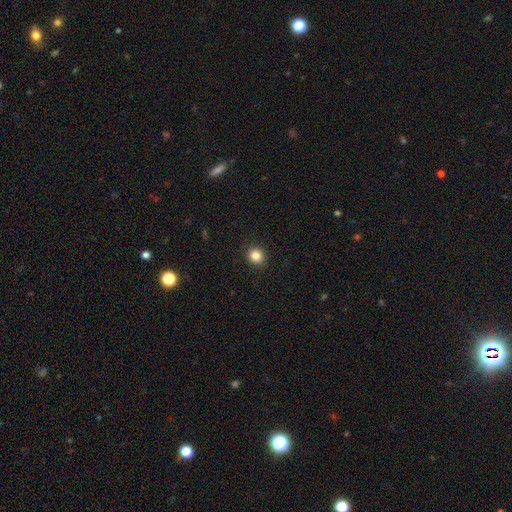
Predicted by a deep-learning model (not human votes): smooth-or-featured: smooth: 85% | star or artifact: 11% | featured or disk: 5%
  how-rounded: round: 82% | in between: 17% | cigar-shaped: 1%
  merging: none: 91% | minor disturbance: 6% | major disturbance: 2% | merger: 1%